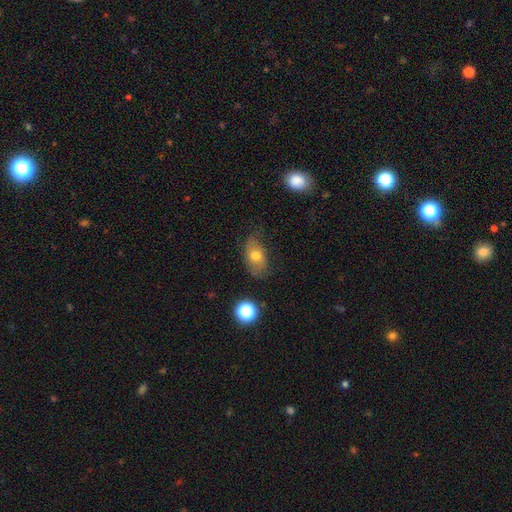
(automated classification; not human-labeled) A smooth galaxy with no disk features (67%) that is in between round and cigar-shaped (85%).

Vote fractions:
- Smooth or featured? smooth: 67% / featured or disk: 23% / star or artifact: 10%
- How rounded? in between: 85% / round: 13% / cigar-shaped: 2%
- Merging? none: 64% / minor disturbance: 26% / major disturbance: 8% / merger: 2%